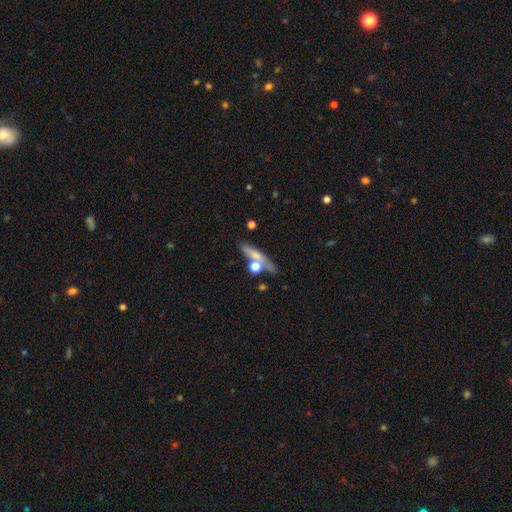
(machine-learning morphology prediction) smooth-or-featured: smooth: 51% | featured or disk: 38% | star or artifact: 11%
  how-rounded: cigar-shaped: 66% | in between: 21% | round: 12%
  merging: none: 63% | merger: 17% | minor disturbance: 14% | major disturbance: 6%